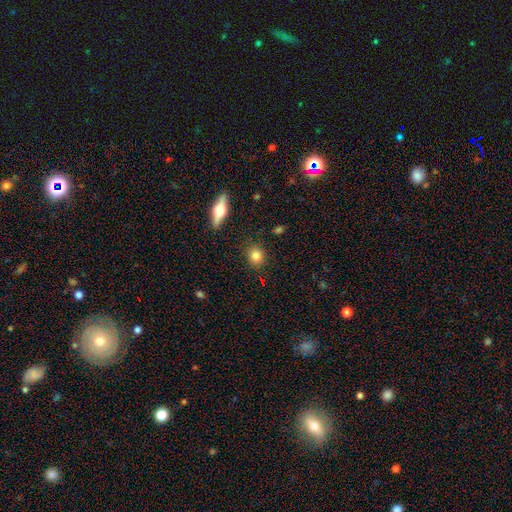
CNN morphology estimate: A smooth galaxy with no disk features (82%) that is round (77%).

Vote fractions:
- Smooth or featured? smooth: 82% / featured or disk: 9% / star or artifact: 9%
- How rounded? round: 77% / in between: 21% / cigar-shaped: 2%
- Merging? none: 89% / minor disturbance: 7% / major disturbance: 2% / merger: 1%